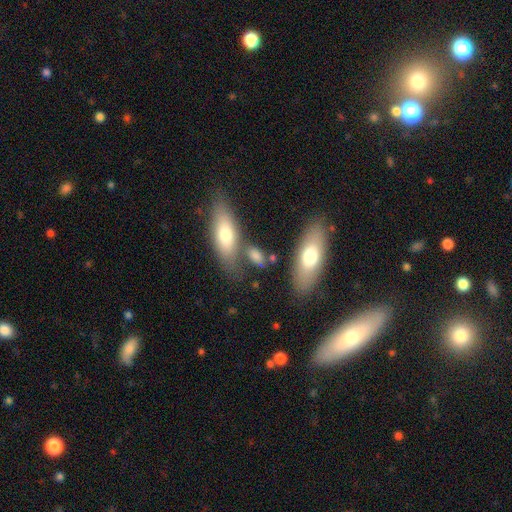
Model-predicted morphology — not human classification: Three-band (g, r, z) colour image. It shows a smooth galaxy with no disk features (75%) that is in between round and cigar-shaped (75%). Merging: none (54%).